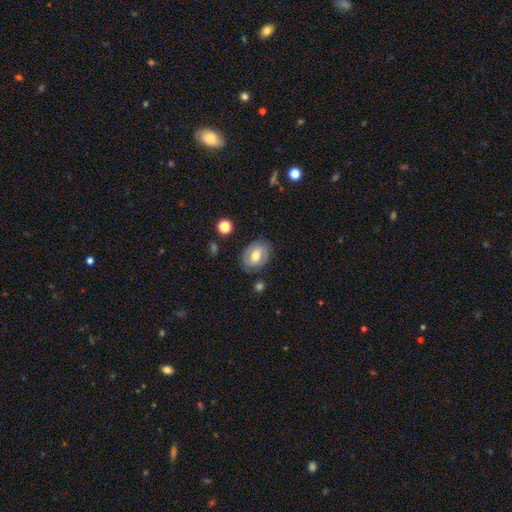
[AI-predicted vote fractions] smooth-or-featured: featured or disk: 48% | smooth: 44% | star or artifact: 8%
  merging: none: 80% | minor disturbance: 14% | major disturbance: 4% | merger: 2%